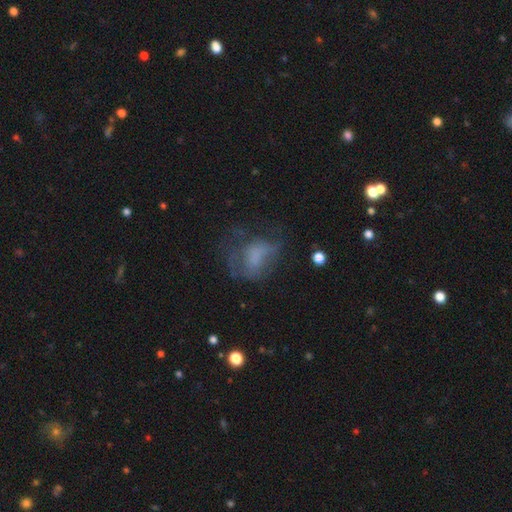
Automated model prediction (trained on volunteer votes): This appears to be a smooth galaxy with no disk features (48%). Merging: major disturbance (38%).